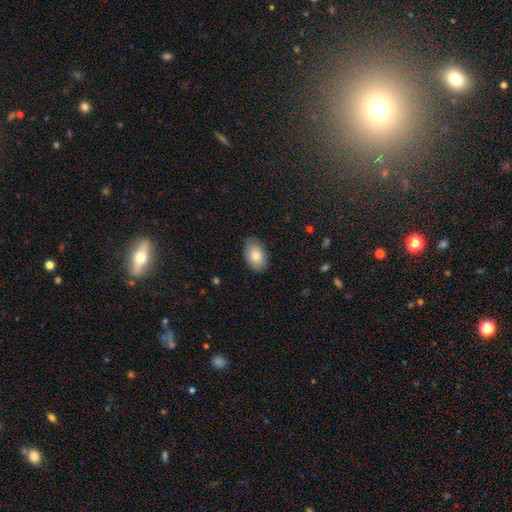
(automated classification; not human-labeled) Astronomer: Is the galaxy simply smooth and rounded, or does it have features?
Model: smooth — 81%.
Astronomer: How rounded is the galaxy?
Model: in between — 91%.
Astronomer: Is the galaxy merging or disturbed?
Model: none — 85%.